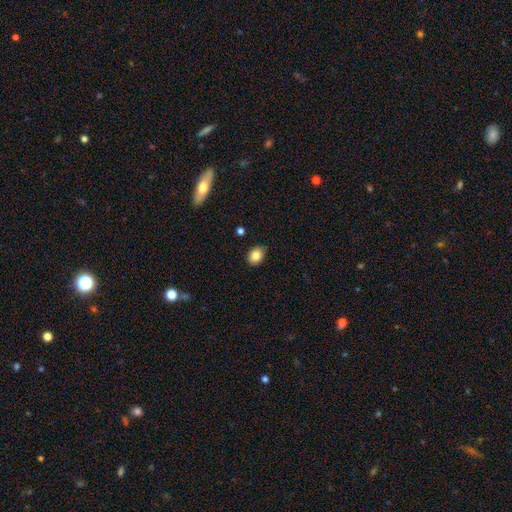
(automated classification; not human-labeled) A smooth galaxy with no disk features (84%) that is in between round and cigar-shaped (60%).

Vote fractions:
- Smooth or featured? smooth: 84% / star or artifact: 9% / featured or disk: 7%
- How rounded? in between: 60% / round: 39% / cigar-shaped: 1%
- Merging? none: 85% / minor disturbance: 11% / major disturbance: 2% / merger: 1%